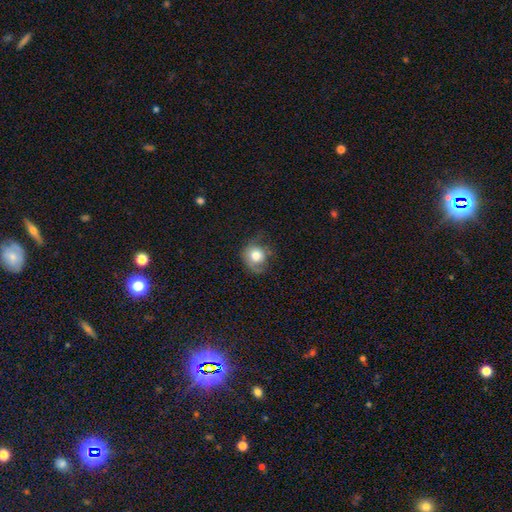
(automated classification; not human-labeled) smooth_or_featured: smooth (p=0.74) [alt: featured or disk p=0.17]
how_rounded: round (p=0.77) [alt: in between p=0.22]
merging: none (p=0.51) [alt: minor disturbance p=0.30]